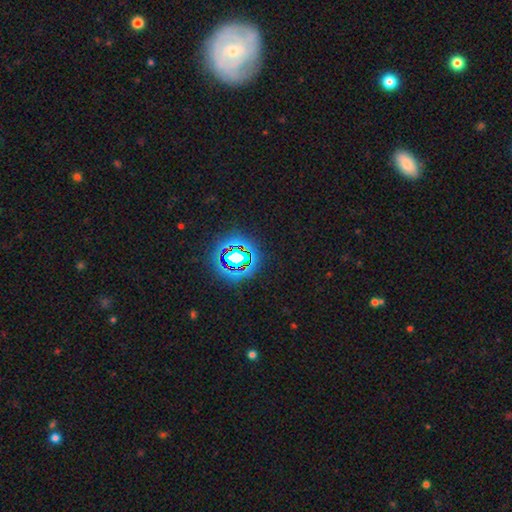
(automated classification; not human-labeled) The model was most divided on "smooth or featured": star or artifact: 64%, featured or disk: 18%, smooth: 18%.